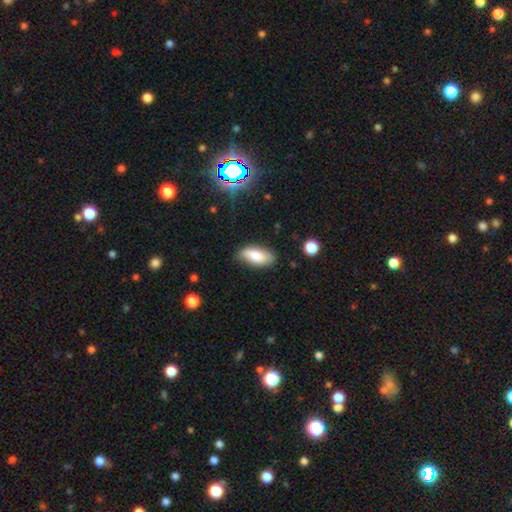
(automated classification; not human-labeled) This appears to be a smooth galaxy with no disk features (77%) that is in between round and cigar-shaped (88%). Merging: none (79%).